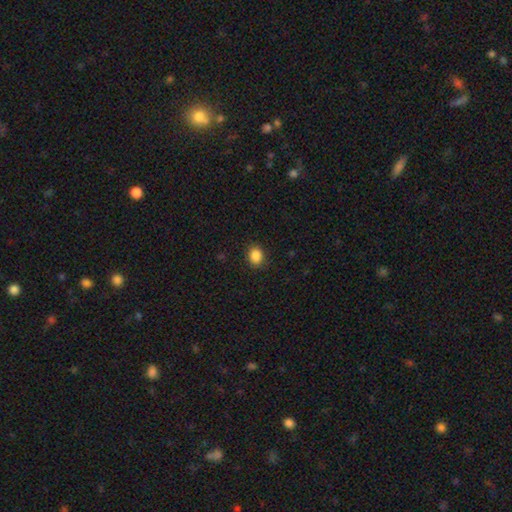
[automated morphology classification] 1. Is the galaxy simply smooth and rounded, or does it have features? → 87% smooth, 10% star or artifact, 3% featured or disk.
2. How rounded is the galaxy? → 54% round, 45% in between, 1% cigar-shaped.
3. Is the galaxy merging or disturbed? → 88% none, 8% minor disturbance, 2% major disturbance, 1% merger.